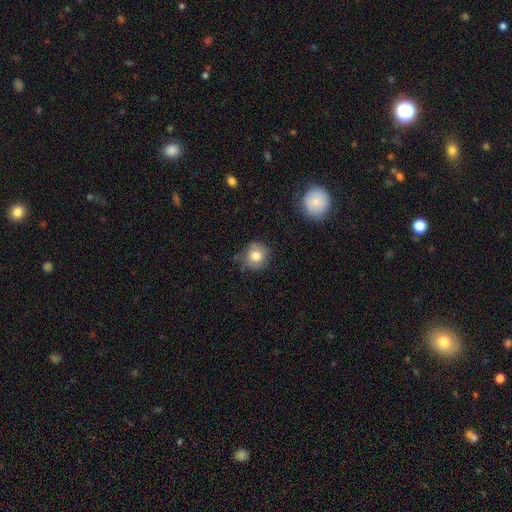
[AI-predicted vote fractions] smooth_or_featured: smooth (p=0.77) [alt: featured or disk p=0.14]
how_rounded: round (p=0.87) [alt: in between p=0.12]
merging: none (p=0.74) [alt: minor disturbance p=0.19]